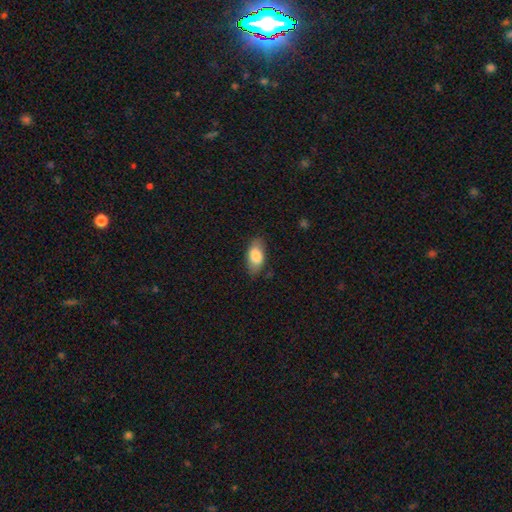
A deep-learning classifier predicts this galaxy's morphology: A smooth galaxy with no disk features (81%) that is in between round and cigar-shaped (91%). Merging: none (80%).